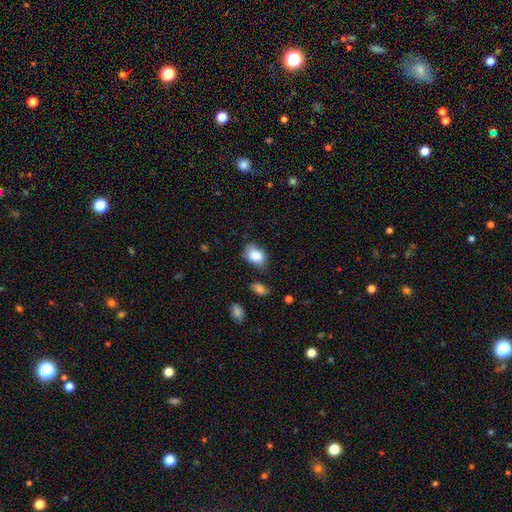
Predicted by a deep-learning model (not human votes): Smooth or featured?
  - smooth: 83% *
  - featured or disk: 8%
  - star or artifact: 8%
How rounded?
  - in between: 74% *
  - round: 25%
  - cigar-shaped: 1%
Merging?
  - none: 65% *
  - minor disturbance: 26%
  - major disturbance: 6%
  - merger: 3%